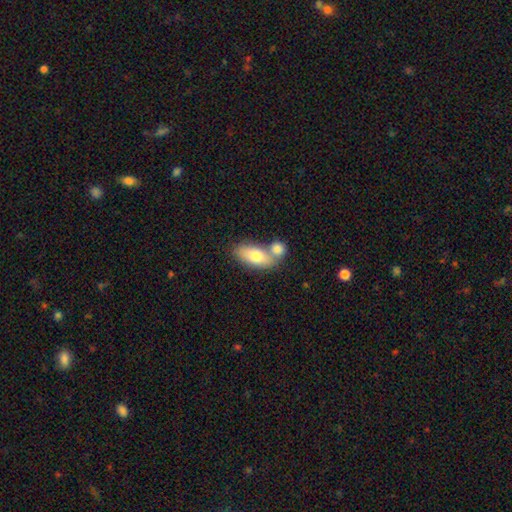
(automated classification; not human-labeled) The model was most divided on "merging": merger: 46%, none: 40%, minor disturbance: 10%, major disturbance: 4%. More confident: how rounded — in between (85%); smooth or featured — smooth (74%).